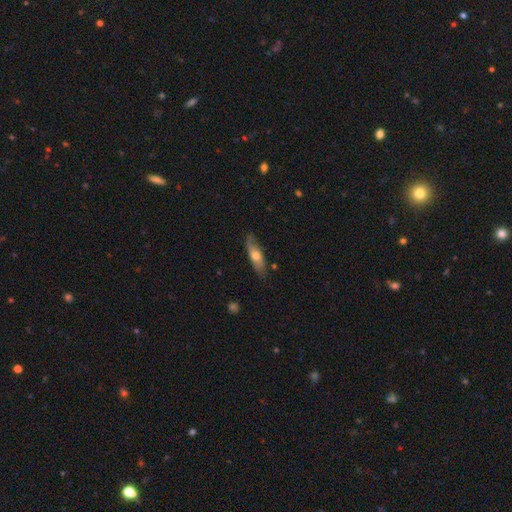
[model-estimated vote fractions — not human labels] Morphology: type=smooth (54%); roundness=cigar-shaped (50%); merging=none (74%).